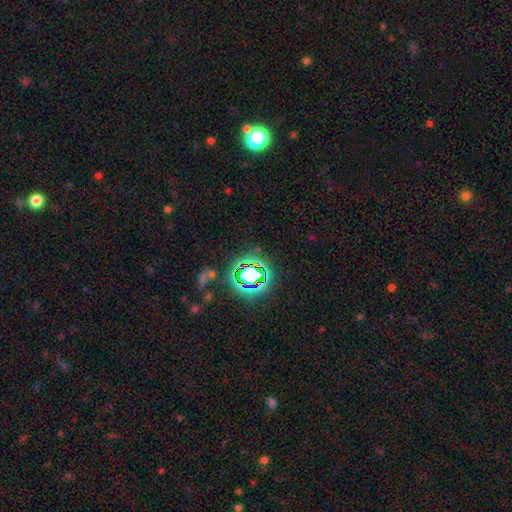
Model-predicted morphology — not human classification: Smooth or featured? star or artifact (77%)